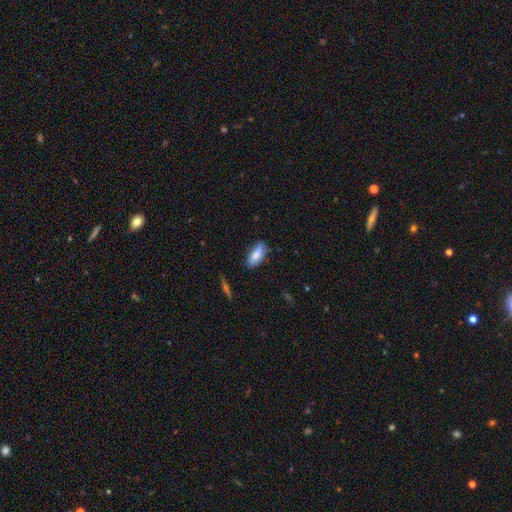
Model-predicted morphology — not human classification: Smooth or featured: smooth — 78% (featured or disk — 16%)
How rounded: in between — 79% (cigar-shaped — 19%)
Merging: none — 76% (minor disturbance — 19%)